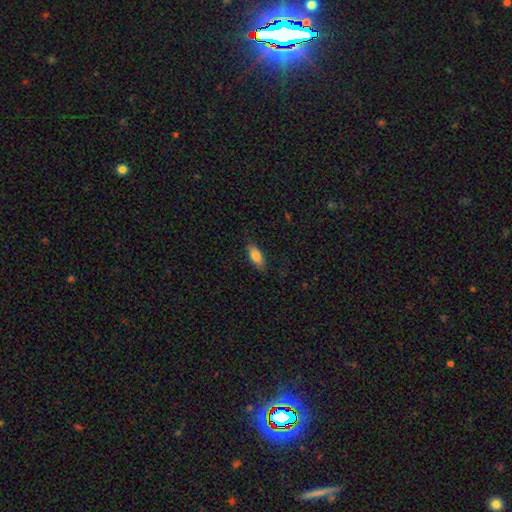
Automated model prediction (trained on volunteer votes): This appears to be a smooth galaxy with no disk features (82%) that is in between round and cigar-shaped (78%). Merging: none (83%).